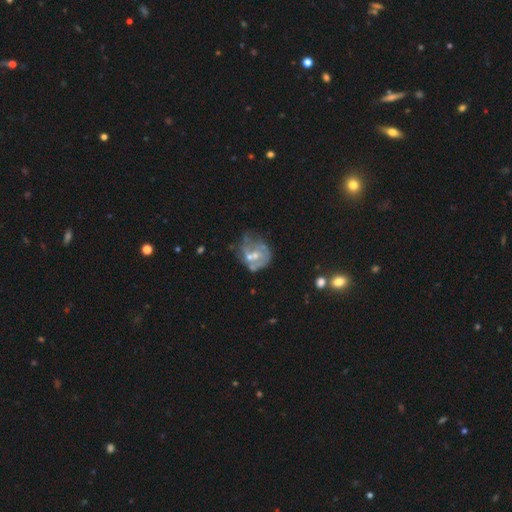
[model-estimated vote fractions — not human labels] The model was most divided on "spiral arms" (2-way tie): yes: 50%, no: 50%. Remaining: edge-on disk — no (97%); smooth or featured — featured or disk (64%); bar — no (57%); bulge size — small (48%); merging — none (41%).